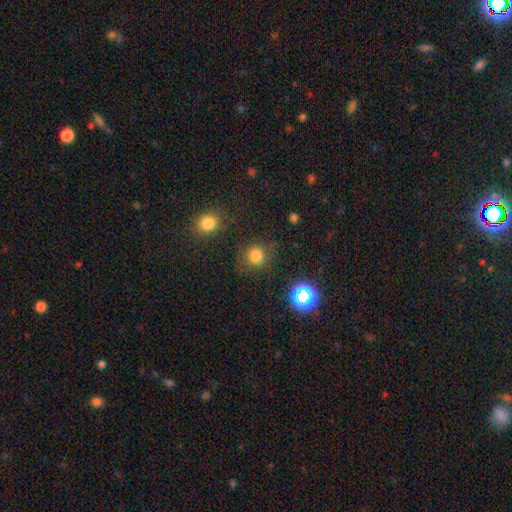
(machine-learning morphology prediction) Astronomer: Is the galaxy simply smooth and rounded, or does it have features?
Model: smooth — 75%.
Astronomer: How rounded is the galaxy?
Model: round — 83%.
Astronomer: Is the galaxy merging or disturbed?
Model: none — 76%.